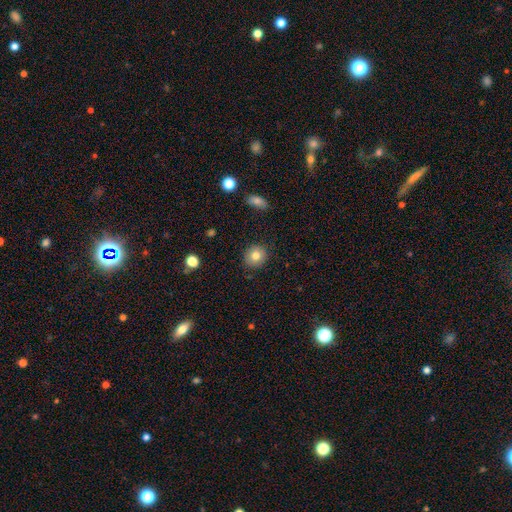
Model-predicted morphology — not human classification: The model was most divided on "smooth or featured": smooth: 80%, featured or disk: 10%, star or artifact: 10%. More confident: merging — none (88%); how rounded — round (85%).